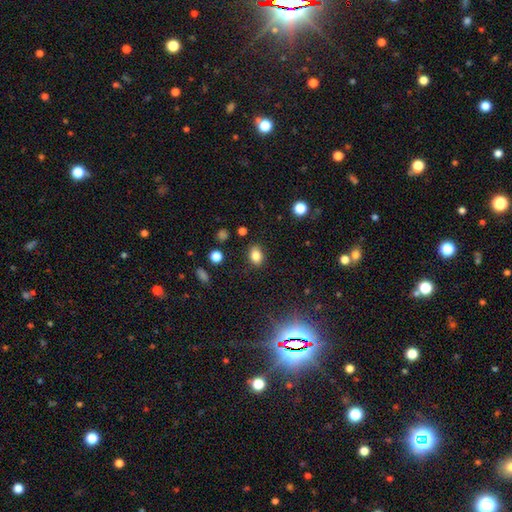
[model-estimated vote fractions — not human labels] This is clearly a smooth galaxy (81%). How rounded: likely in between (73%). Merging: clearly none (84%).